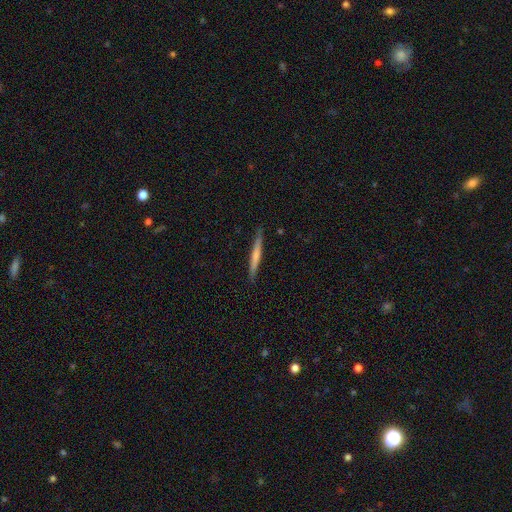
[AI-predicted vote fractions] Smooth or featured: smooth — 53% (featured or disk — 42%)
How rounded: cigar-shaped — 96% (in between — 2%)
Merging: none — 90% (minor disturbance — 8%)